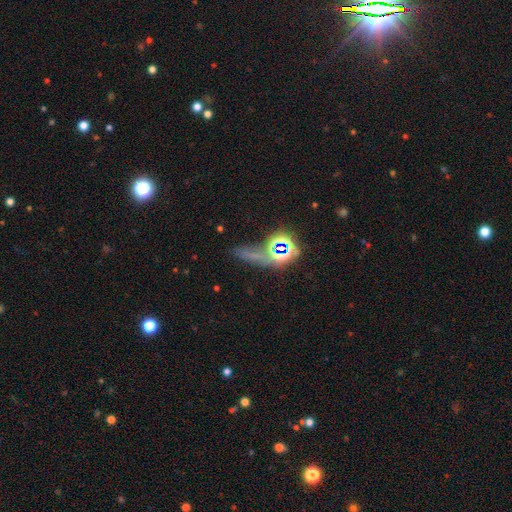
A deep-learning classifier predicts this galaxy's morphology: This appears to be a star or artifact, not a galaxy (63%).